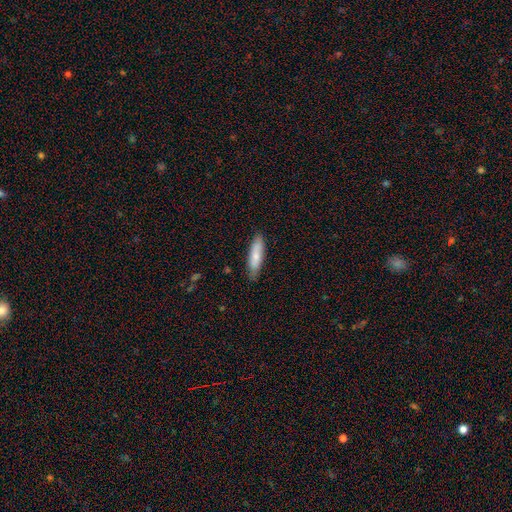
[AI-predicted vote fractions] A smooth galaxy with no disk features (75%) that is cigar-shaped (62%). Merging: none (82%).